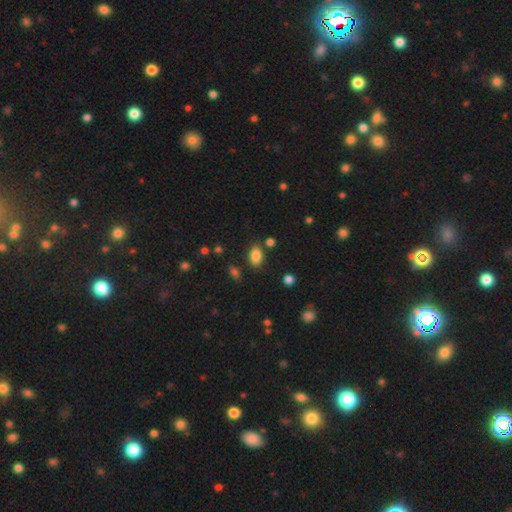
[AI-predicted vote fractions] A smooth galaxy with no disk features (85%) that is in between round and cigar-shaped (87%).

Vote fractions:
- Smooth or featured? smooth: 85% / star or artifact: 10% / featured or disk: 5%
- How rounded? in between: 87% / round: 12% / cigar-shaped: 2%
- Merging? none: 81% / minor disturbance: 11% / merger: 4% / major disturbance: 3%